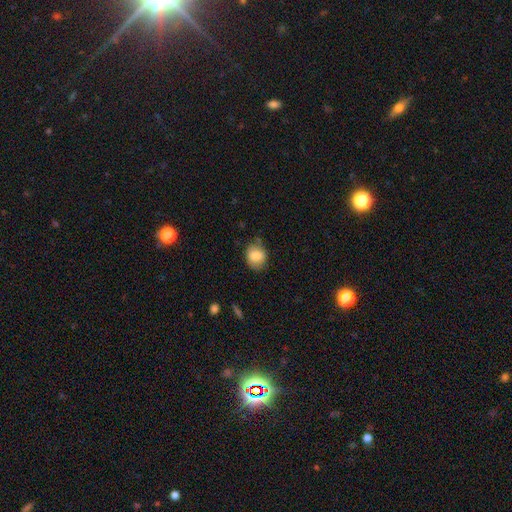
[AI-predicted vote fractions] smooth-or-featured: smooth: 83% | featured or disk: 9% | star or artifact: 8%
  how-rounded: round: 62% | in between: 37% | cigar-shaped: 1%
  merging: none: 72% | minor disturbance: 22% | major disturbance: 5% | merger: 2%